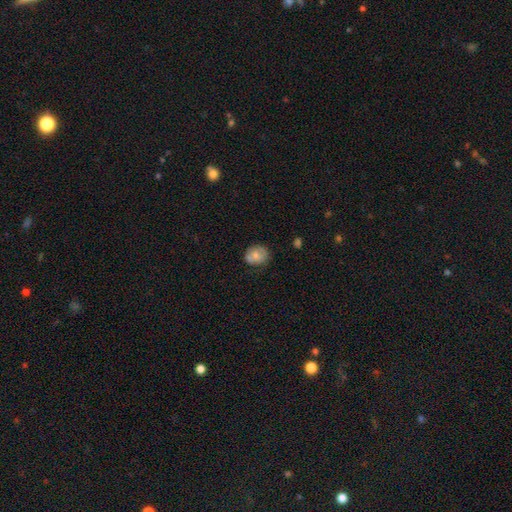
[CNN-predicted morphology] Smooth or featured? Predicted: smooth (p=0.70). How rounded? Predicted: round (p=0.69). Merging? Predicted: none (p=0.70).